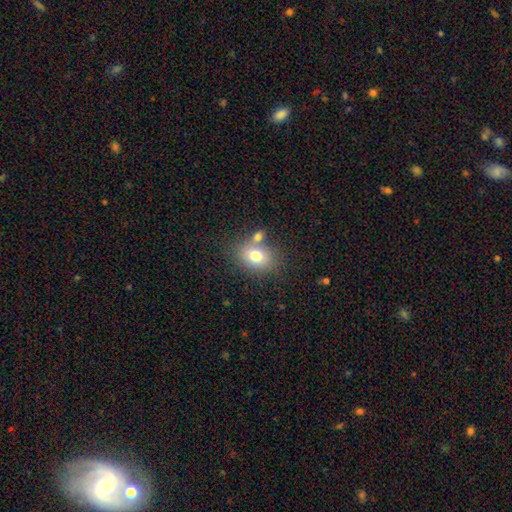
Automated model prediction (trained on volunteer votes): This is likely a smooth galaxy (74%). How rounded: possibly in between (58%). Merging: likely none (60%).